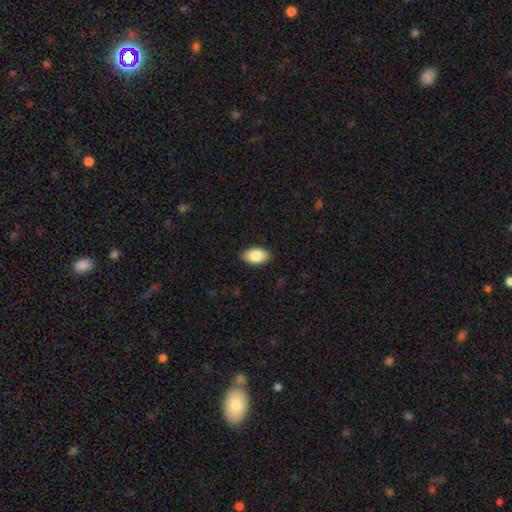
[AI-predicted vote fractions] A smooth galaxy with no disk features (84%) that is in between round and cigar-shaped (92%).

Vote fractions:
- Smooth or featured? smooth: 84% / featured or disk: 9% / star or artifact: 7%
- How rounded? in between: 92% / round: 6% / cigar-shaped: 1%
- Merging? none: 88% / minor disturbance: 9% / major disturbance: 2% / merger: 1%